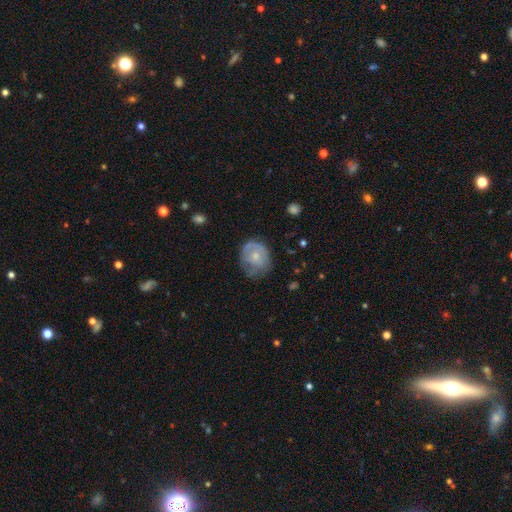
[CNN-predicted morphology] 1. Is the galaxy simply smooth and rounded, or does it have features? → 49% featured or disk, 44% smooth, 7% star or artifact.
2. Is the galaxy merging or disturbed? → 51% none, 31% minor disturbance, 16% major disturbance, 2% merger.